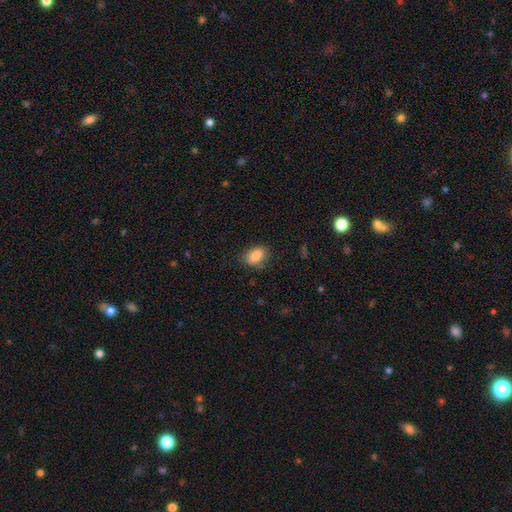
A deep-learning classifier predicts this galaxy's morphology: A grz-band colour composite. It shows a smooth galaxy with no disk features (85%) that is in between round and cigar-shaped (86%). Merging: none (77%).